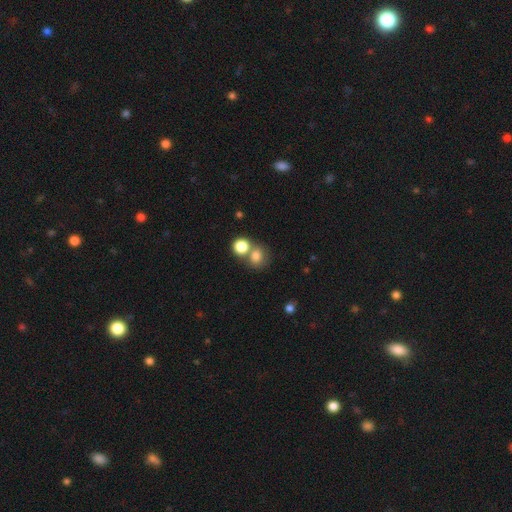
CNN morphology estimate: smooth-or-featured: smooth: 79% | star or artifact: 12% | featured or disk: 9%
  how-rounded: round: 77% | in between: 22% | cigar-shaped: 1%
  merging: none: 46% | merger: 42% | minor disturbance: 8% | major disturbance: 4%